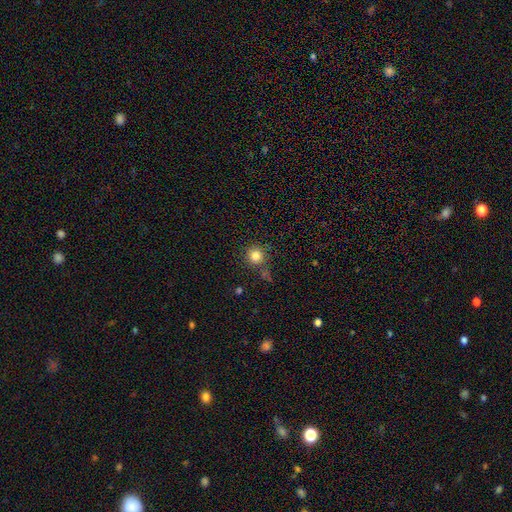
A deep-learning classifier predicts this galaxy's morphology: Q: Smooth or featured?
A: smooth (82%); runner-up: star or artifact (13%)
Q: How rounded?
A: round (93%); runner-up: in between (6%)
Q: Merging?
A: none (80%); runner-up: minor disturbance (11%)